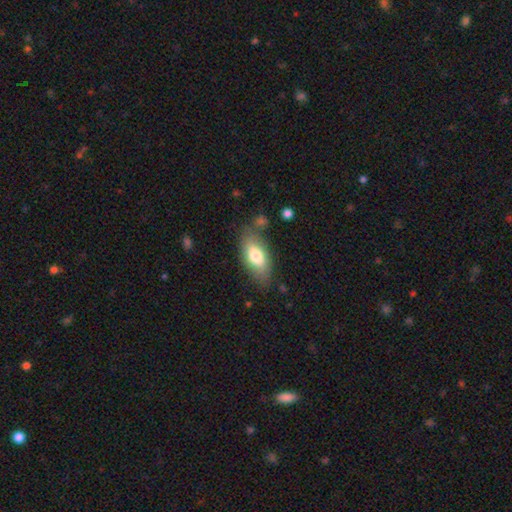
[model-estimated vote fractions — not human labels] A smooth galaxy with no disk features (73%) that is in between round and cigar-shaped (86%).

Vote fractions:
- Smooth or featured? smooth: 73% / featured or disk: 20% / star or artifact: 7%
- How rounded? in between: 86% / cigar-shaped: 10% / round: 3%
- Merging? none: 74% / minor disturbance: 17% / major disturbance: 5% / merger: 4%